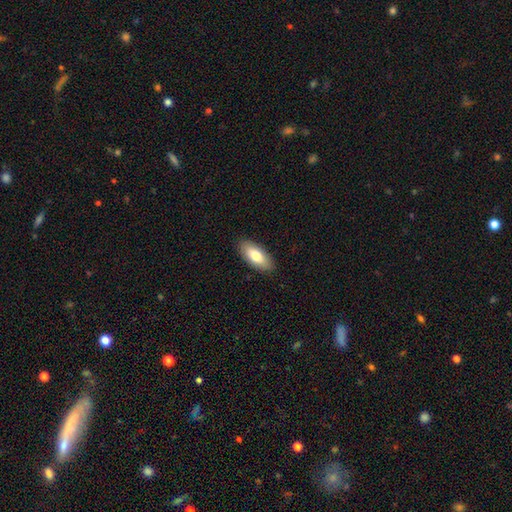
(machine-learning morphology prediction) type=smooth (76%); roundness=in between (86%); merging=none (89%).